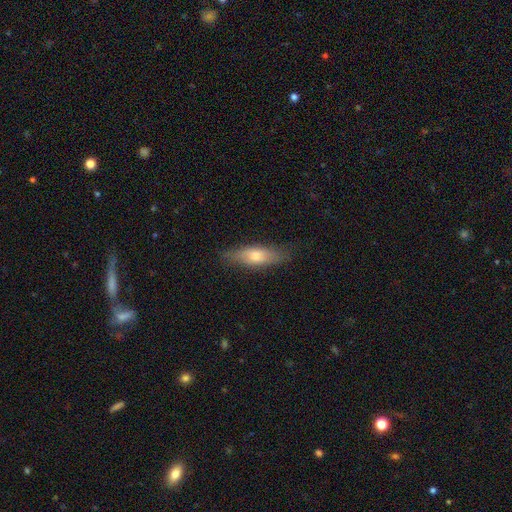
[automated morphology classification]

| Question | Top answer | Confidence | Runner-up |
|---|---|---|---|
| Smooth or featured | smooth | 61% | featured or disk (32%) |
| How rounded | cigar-shaped | 55% | in between (43%) |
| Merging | none | 80% | minor disturbance (16%) |